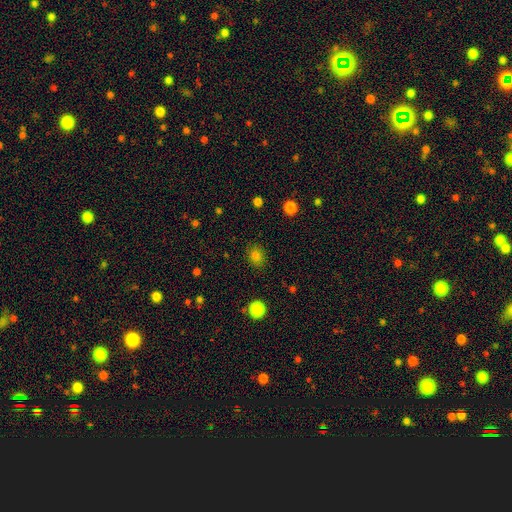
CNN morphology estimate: smooth-or-featured: smooth: 81% | star or artifact: 14% | featured or disk: 5%
  how-rounded: round: 58% | in between: 41% | cigar-shaped: 1%
  merging: none: 86% | minor disturbance: 10% | major disturbance: 3% | merger: 1%